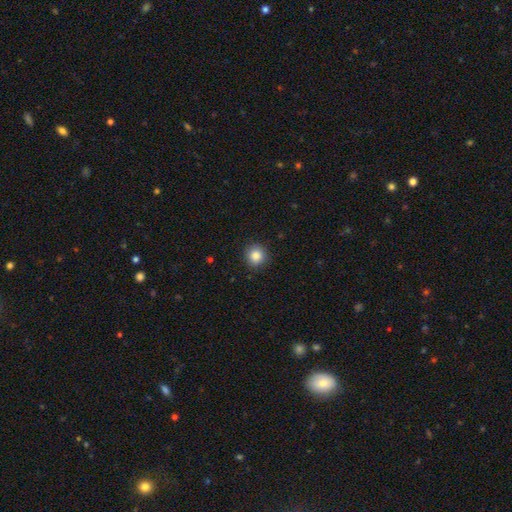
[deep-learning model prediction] This is clearly a smooth galaxy (85%). How rounded: clearly round (91%). Merging: clearly none (90%).